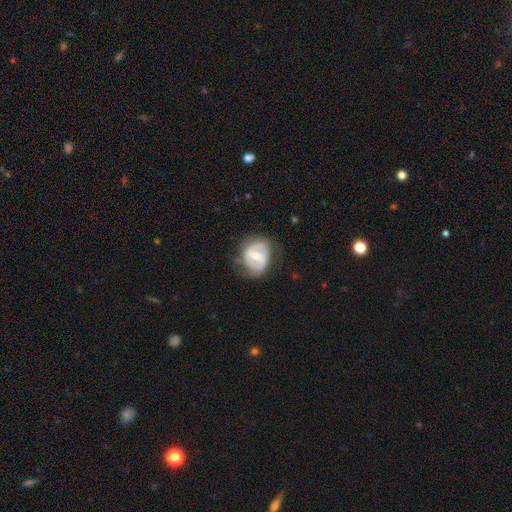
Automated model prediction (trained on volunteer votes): A featured or disk galaxy (65%) with a weak bar (42%), no spiral arms (56%) and a moderate central bulge (69%). Merging: none (69%).